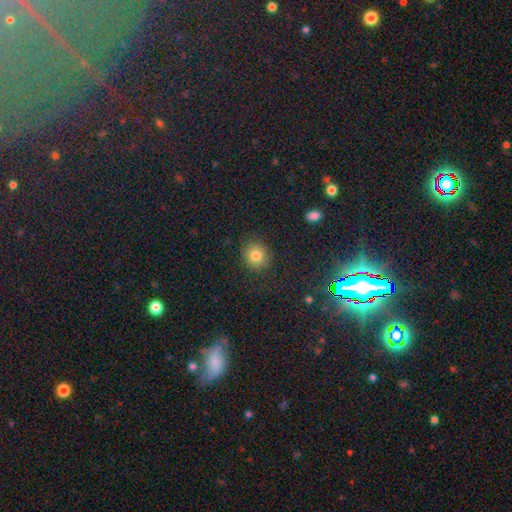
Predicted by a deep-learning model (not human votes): The model was most divided on "smooth or featured": smooth: 79%, star or artifact: 14%, featured or disk: 7%. More confident: merging — none (88%); how rounded — round (87%).